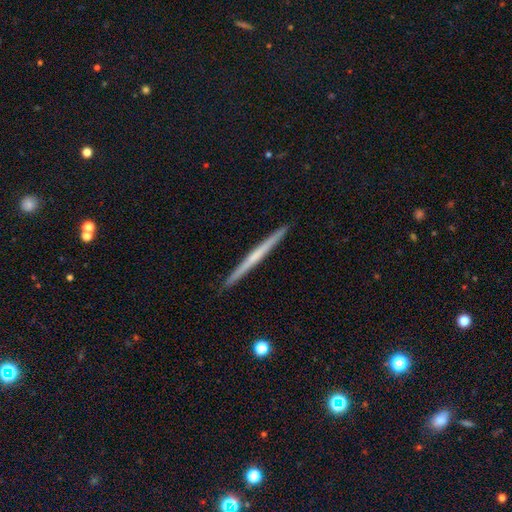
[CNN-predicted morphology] This is likely a featured or disk galaxy (61%). It is clearly viewed edge-on (98%). Edge-on bulge: likely none (73%). Merging: clearly none (93%).